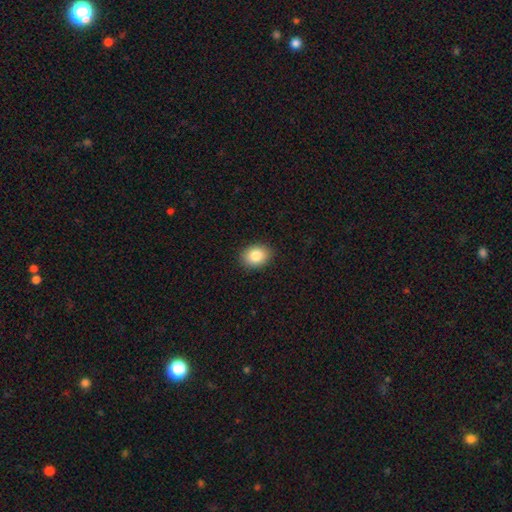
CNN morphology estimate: type=smooth (84%); roundness=in between (58%); merging=none (90%).